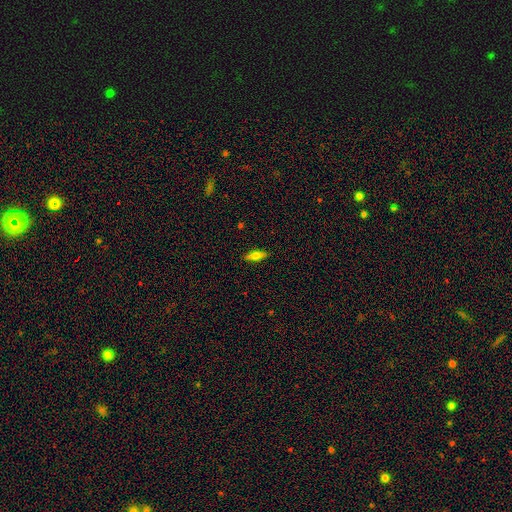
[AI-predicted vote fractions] smooth 64%, featured or disk 29%, star or artifact 8%. Down the decision tree: how rounded — in between (53%); merging — none (88%).